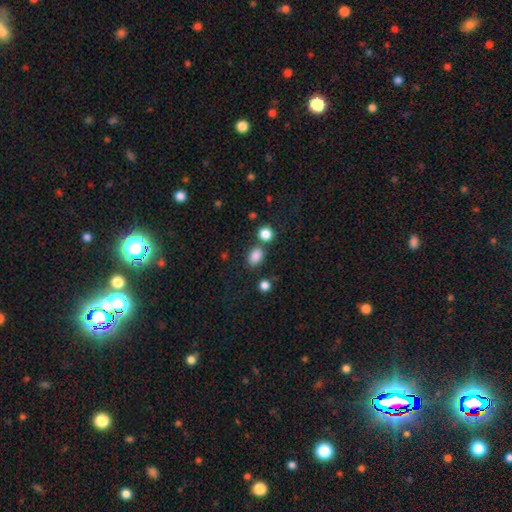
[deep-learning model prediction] This is clearly a smooth galaxy (85%). How rounded: likely in between (72%). Merging: likely none (72%).